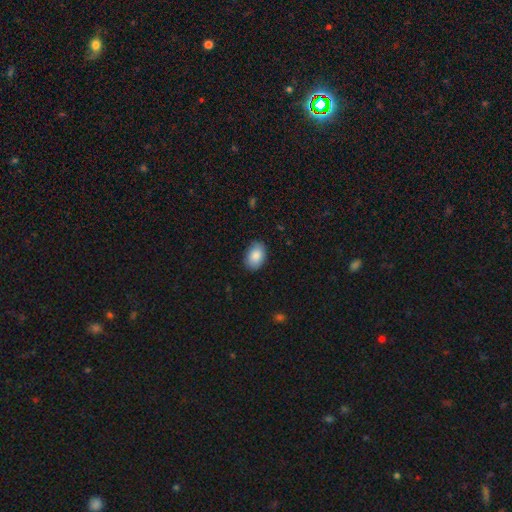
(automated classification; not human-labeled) A smooth galaxy with no disk features (87%) that is in between round and cigar-shaped (86%). Merging: none (85%).